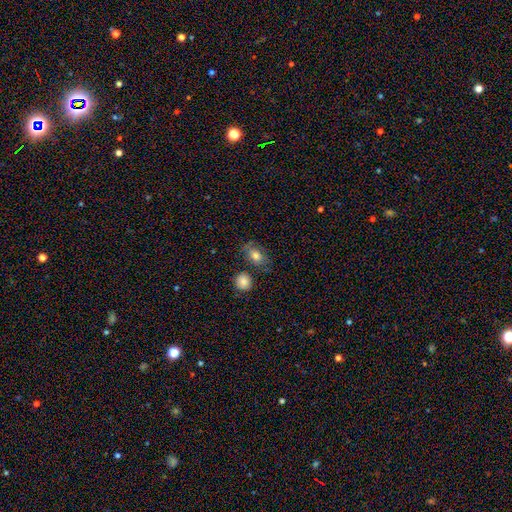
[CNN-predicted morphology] Smooth or featured: smooth — 76% (featured or disk — 15%)
How rounded: in between — 76% (round — 22%)
Merging: none — 66% (minor disturbance — 20%)